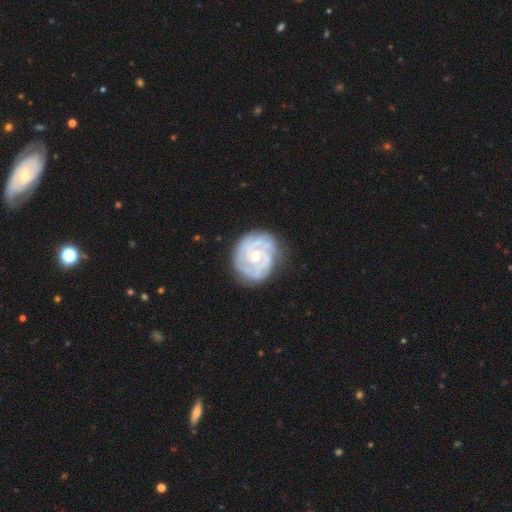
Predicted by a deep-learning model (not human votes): Smooth or featured?
  - featured or disk: 85% *
  - smooth: 10%
  - star or artifact: 5%
Edge-on disk?
  - no: 98% *
  - yes: 2%
Bar?
  - no: 64% *
  - weak: 29%
  - strong: 7%
Spiral arms?
  - yes: 95% *
  - no: 5%
Spiral winding?
  - tight: 71% *
  - medium: 24%
  - loose: 5%
Spiral arm count?
  - 2: 28% *
  - 3: 26%
  - can't tell: 25%
  - 4: 10%
  - 1: 5%
  - more than 4: 5%
Bulge size?
  - moderate: 50% *
  - small: 45%
  - large: 2%
  - none: 2%
  - dominant: 1%
Merging?
  - none: 77% *
  - minor disturbance: 16%
  - major disturbance: 5%
  - merger: 1%